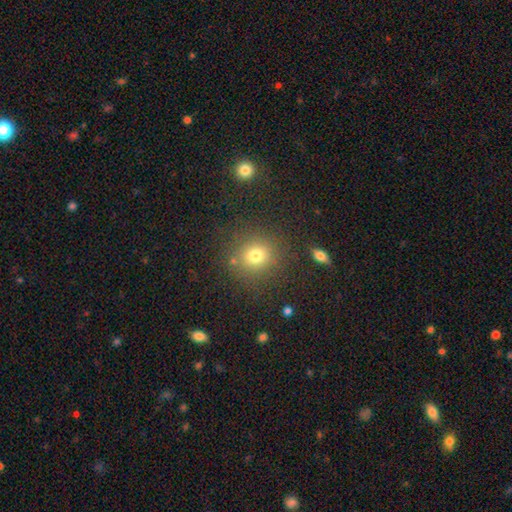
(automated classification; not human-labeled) smooth 74%, star or artifact 17%, featured or disk 9%. Down the decision tree: how rounded — round (83%); merging — none (83%).